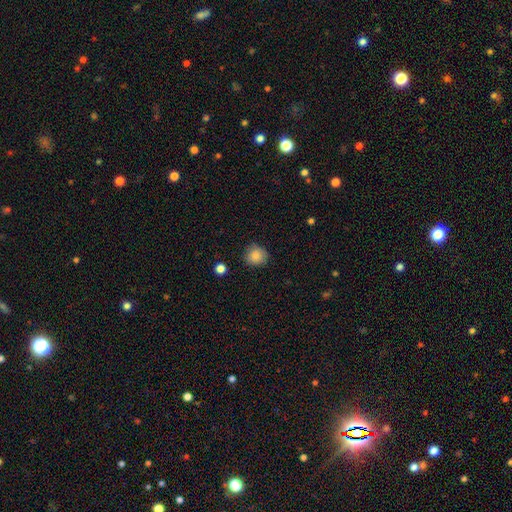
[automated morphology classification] smooth 87%, star or artifact 9%, featured or disk 4%. Down the decision tree: how rounded — round (88%); merging — none (84%).